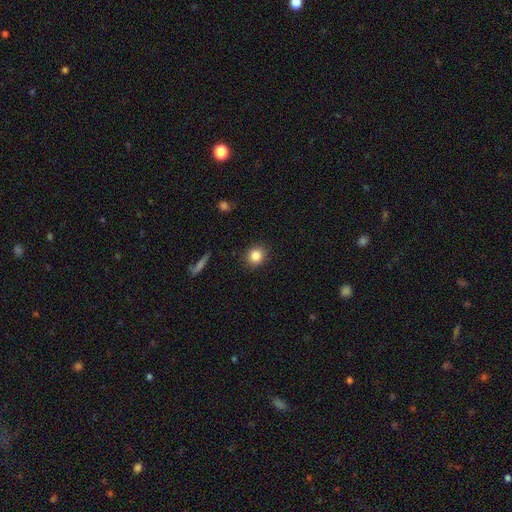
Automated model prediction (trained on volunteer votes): A smooth galaxy with no disk features (84%) that is round (77%). Merging: none (88%).